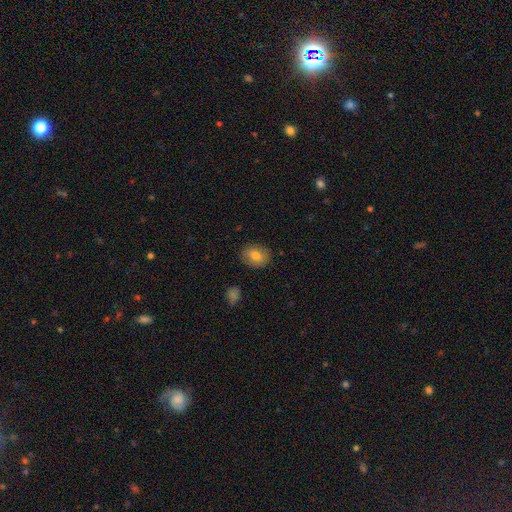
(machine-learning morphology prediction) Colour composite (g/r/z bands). It shows a smooth galaxy with no disk features (78%) that is round (54%). Merging: none (86%).